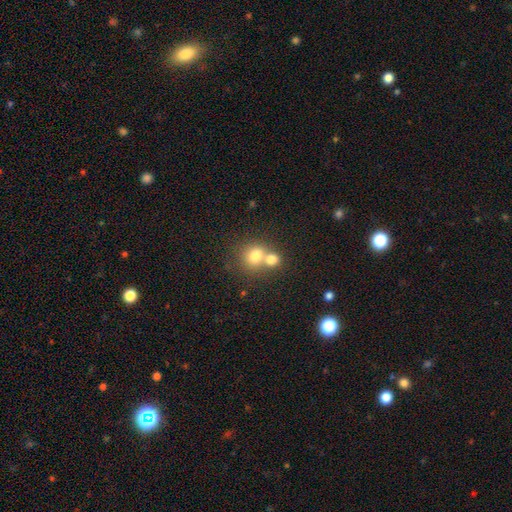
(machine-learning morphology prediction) Smooth or featured? smooth (75%)
How rounded? round (77%)
Merging? merger (57%)